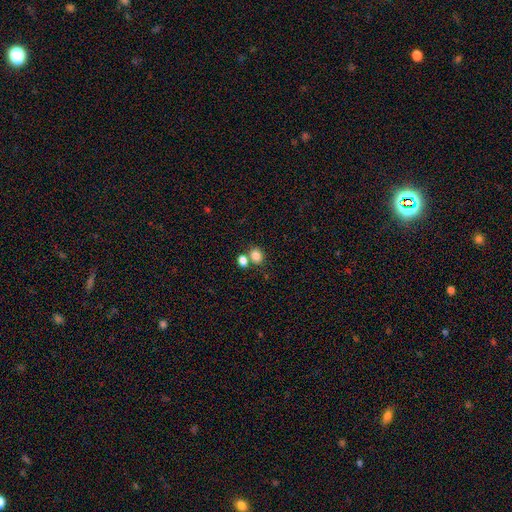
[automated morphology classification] Smooth or featured? smooth (83%)
How rounded? round (51%)
Merging? none (53%)